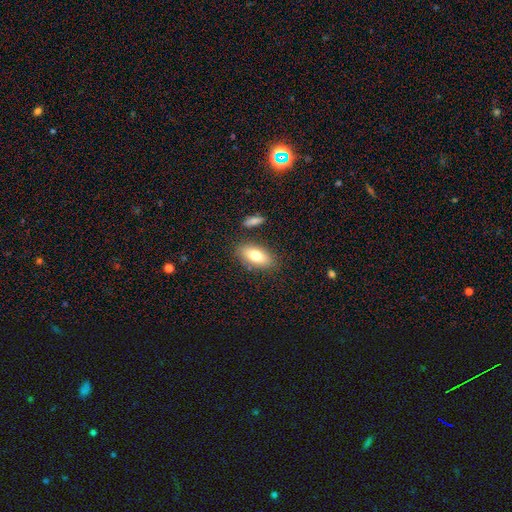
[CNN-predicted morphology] The model was most divided on "smooth or featured": smooth: 77%, featured or disk: 15%, star or artifact: 7%. More confident: how rounded — in between (89%); merging — none (80%).